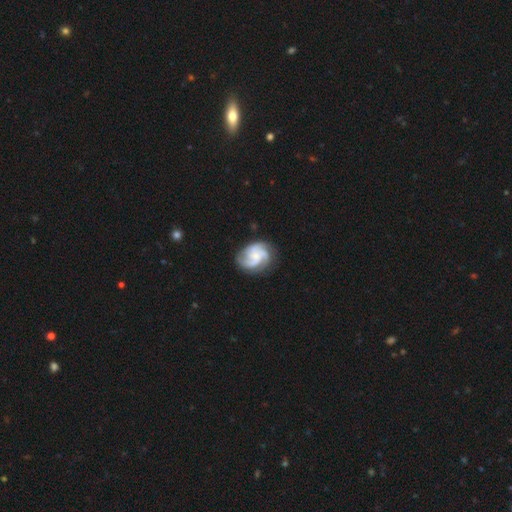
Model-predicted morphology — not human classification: This is clearly a featured or disk galaxy (83%). It is clearly not viewed edge-on (98%). Bar: likely no (68%). Spiral arm pattern: clearly yes (97%). Spiral arm count: likely 3 (64%). Spiral winding: possibly medium (48%). Central bulge: possibly small (57%). Merging: likely none (76%).